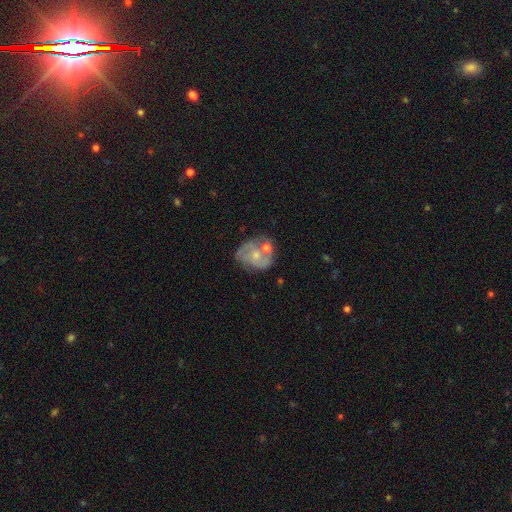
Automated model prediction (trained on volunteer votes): Morphology: type=featured or disk (57%); edge-on=no (97%); bar=no (79%); spiral arms=yes (63%); bulge=small (52%); merging=none (43%).